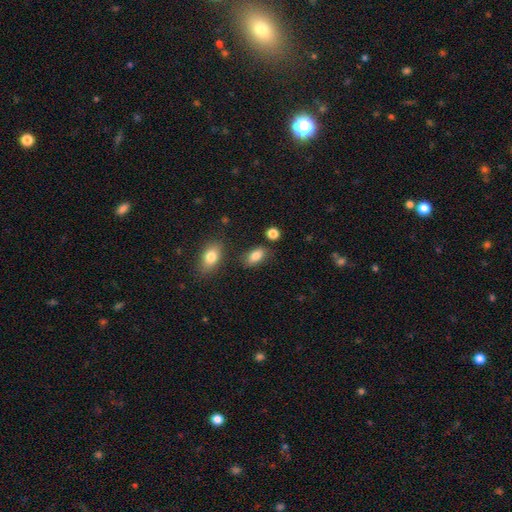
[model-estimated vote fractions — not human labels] A smooth galaxy with no disk features (85%) that is in between round and cigar-shaped (90%).

Vote fractions:
- Smooth or featured? smooth: 85% / star or artifact: 8% / featured or disk: 7%
- How rounded? in between: 90% / round: 6% / cigar-shaped: 4%
- Merging? none: 78% / minor disturbance: 14% / merger: 5% / major disturbance: 4%